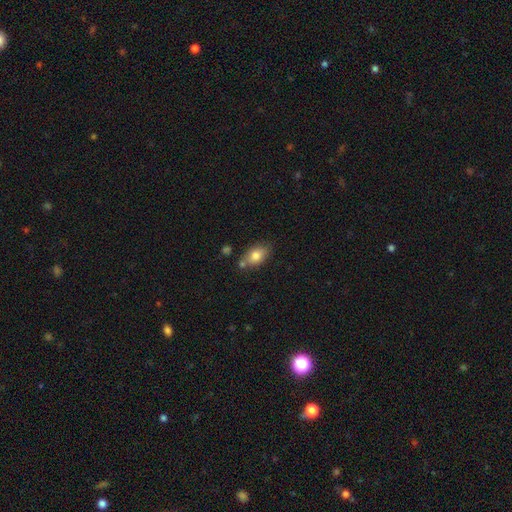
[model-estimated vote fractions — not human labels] The model was most divided on "merging": none: 67%, minor disturbance: 17%, merger: 12%, major disturbance: 4%. More confident: how rounded — in between (84%); smooth or featured — smooth (79%).